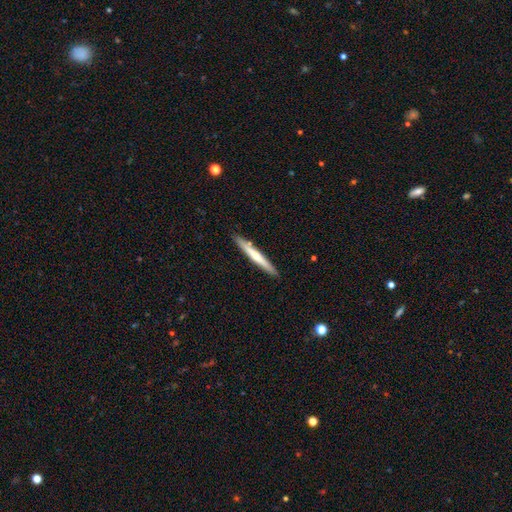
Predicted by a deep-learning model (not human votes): smooth-or-featured: featured or disk: 51% | smooth: 44% | star or artifact: 5%
  disk-edge-on: yes: 95% | no: 5%
  merging: none: 90% | minor disturbance: 7% | merger: 2% | major disturbance: 1%